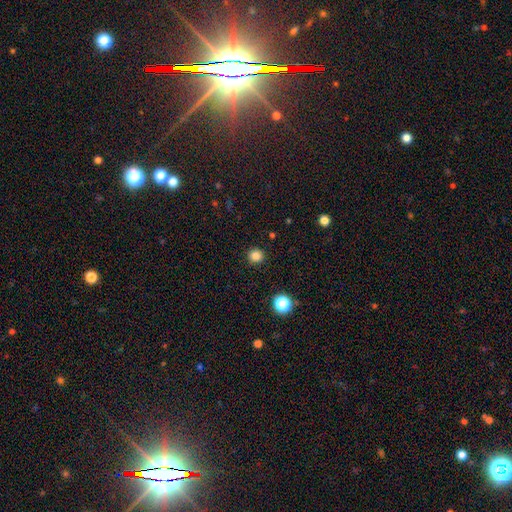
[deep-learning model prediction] This is clearly a smooth galaxy (83%). How rounded: clearly round (92%). Merging: clearly none (92%).